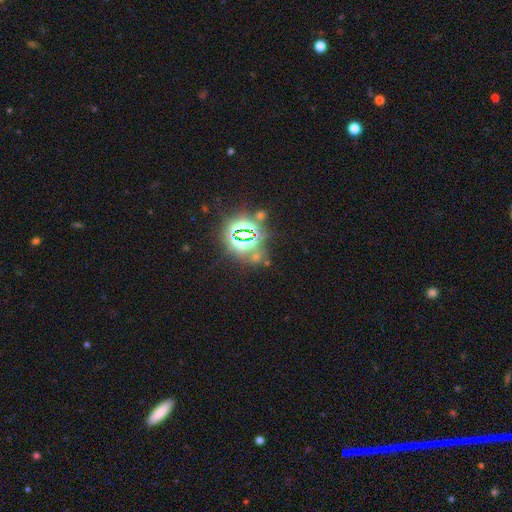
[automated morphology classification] Q: Smooth or featured?
A: star or artifact (69%); runner-up: smooth (22%)